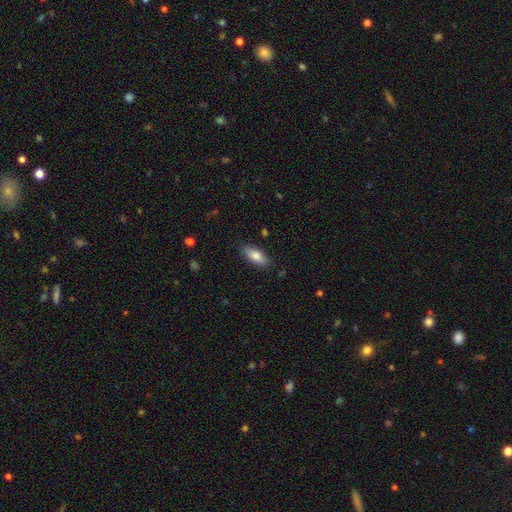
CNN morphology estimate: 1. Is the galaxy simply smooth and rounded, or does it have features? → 81% smooth, 12% featured or disk, 7% star or artifact.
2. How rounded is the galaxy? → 81% in between, 17% cigar-shaped, 2% round.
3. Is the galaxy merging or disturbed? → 85% none, 11% minor disturbance, 2% major disturbance, 1% merger.